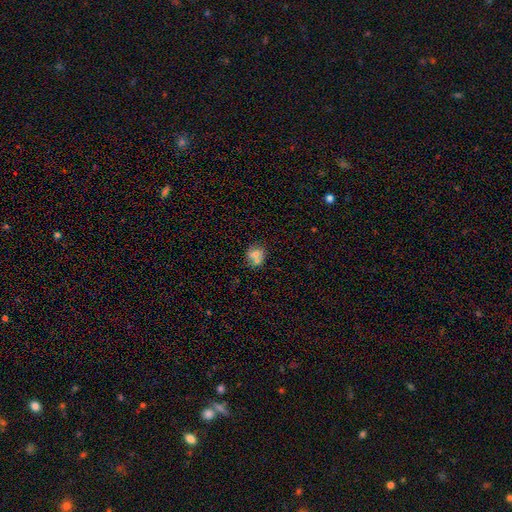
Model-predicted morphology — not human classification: smooth_or_featured: smooth (p=0.68) [alt: featured or disk p=0.19]
how_rounded: round (p=0.72) [alt: in between p=0.26]
merging: none (p=0.54) [alt: merger p=0.29]